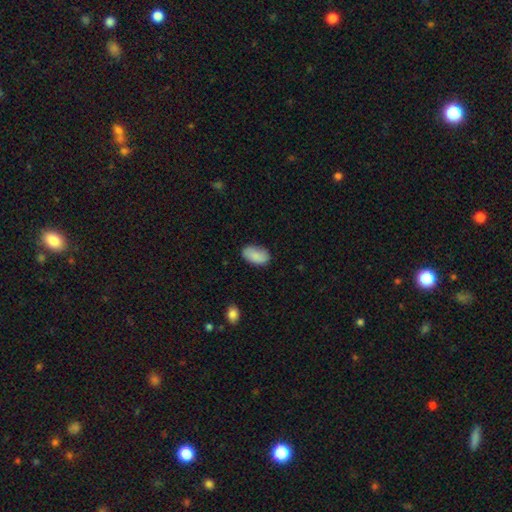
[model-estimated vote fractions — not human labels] smooth_or_featured: smooth (p=0.87) [alt: star or artifact p=0.07]
how_rounded: in between (p=0.94) [alt: round p=0.05]
merging: none (p=0.81) [alt: minor disturbance p=0.15]